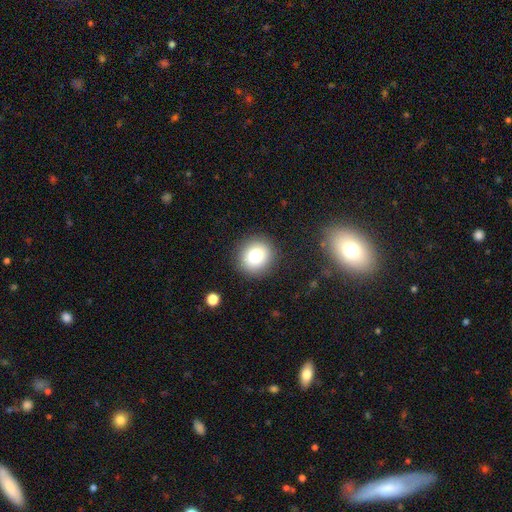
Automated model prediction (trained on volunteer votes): Q: Smooth or featured?
A: smooth (77%); runner-up: star or artifact (12%)
Q: How rounded?
A: round (87%); runner-up: in between (12%)
Q: Merging?
A: none (89%); runner-up: minor disturbance (7%)